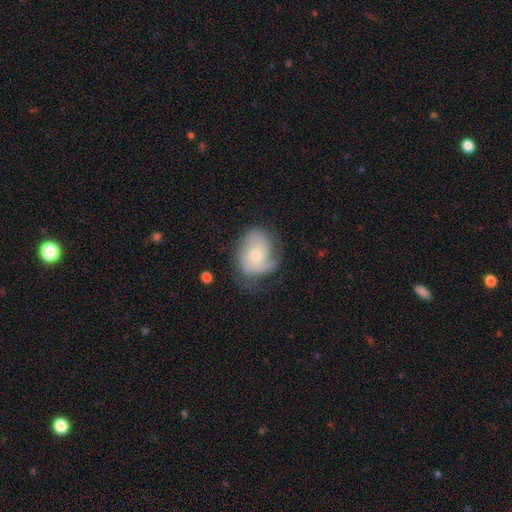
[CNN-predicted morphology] A featured or disk galaxy (51%).

Vote fractions:
- Smooth or featured? featured or disk: 51% / smooth: 42% / star or artifact: 8%
- Edge-on disk? no: 96% / yes: 4%
- Merging? none: 43% / minor disturbance: 32% / major disturbance: 24% / merger: 2%